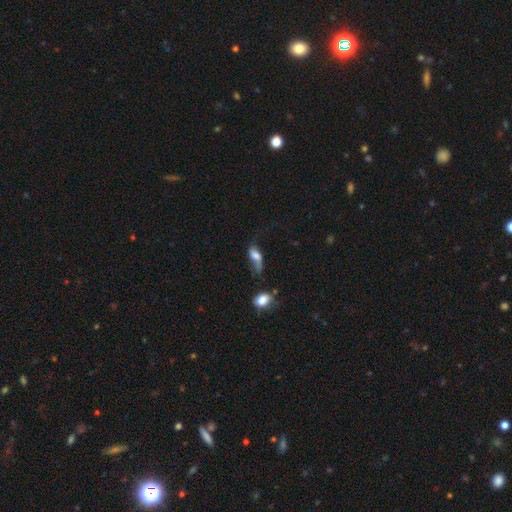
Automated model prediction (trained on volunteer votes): smooth_or_featured: smooth (p=0.54) [alt: featured or disk p=0.34]
how_rounded: in between (p=0.78) [alt: cigar-shaped p=0.11]
merging: major disturbance (p=0.33) [alt: none p=0.28]